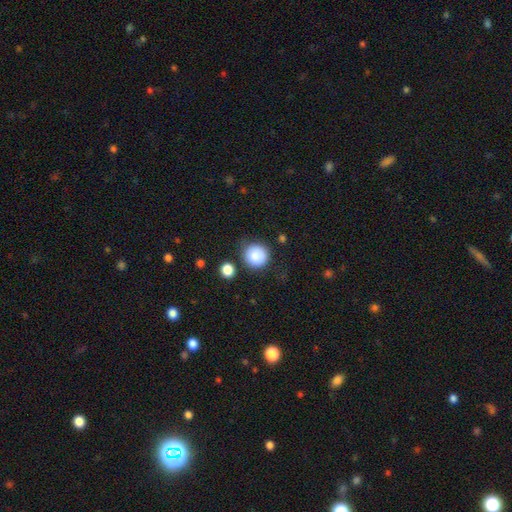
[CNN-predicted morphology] Smooth or featured? Predicted: smooth (p=0.86). How rounded? Predicted: round (p=0.92). Merging? Predicted: none (p=0.77).